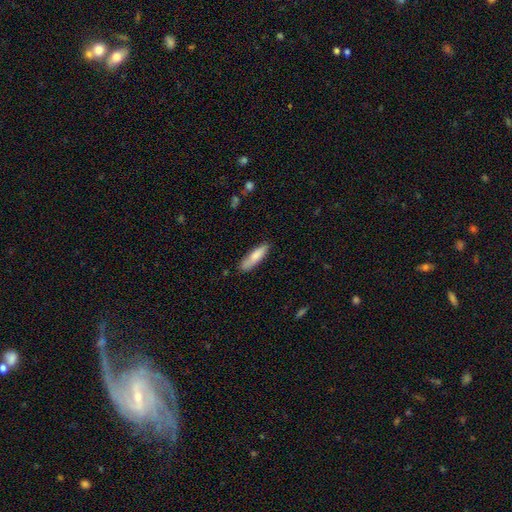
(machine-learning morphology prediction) Overall: smooth (80%). How rounded: cigar-shaped (70%). Merging: none (78%).